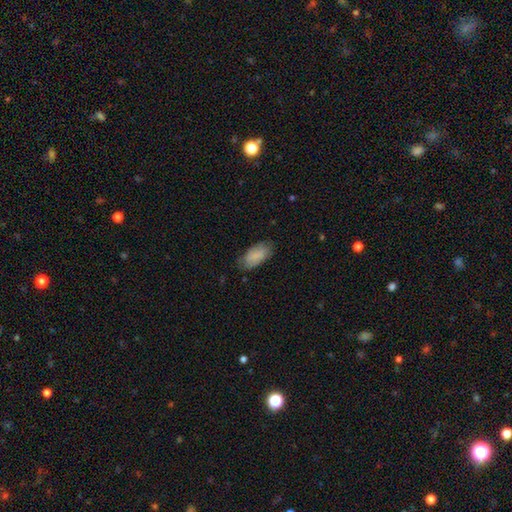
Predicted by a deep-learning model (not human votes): Smooth or featured? Predicted: smooth (p=0.82). How rounded? Predicted: in between (p=0.93). Merging? Predicted: none (p=0.71).